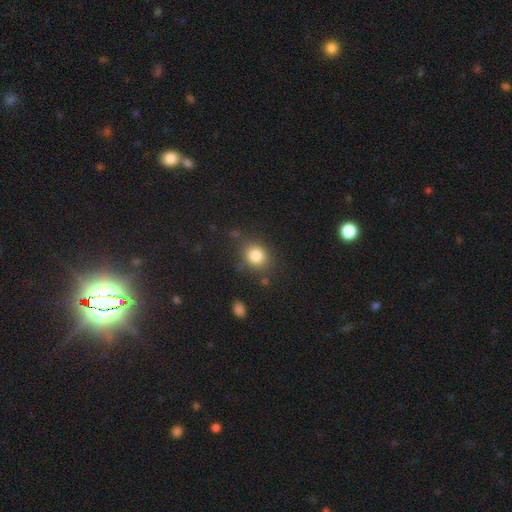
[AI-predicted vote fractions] Smooth or featured?
  - smooth: 83% *
  - star or artifact: 10%
  - featured or disk: 7%
How rounded?
  - round: 66% *
  - in between: 33%
  - cigar-shaped: 1%
Merging?
  - none: 77% *
  - minor disturbance: 14%
  - major disturbance: 5%
  - merger: 4%